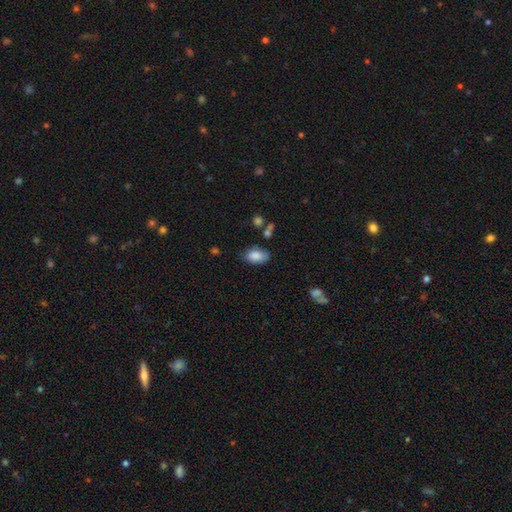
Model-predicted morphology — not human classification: Smooth or featured? Predicted: smooth (p=0.85). How rounded? Predicted: in between (p=0.91). Merging? Predicted: none (p=0.68).